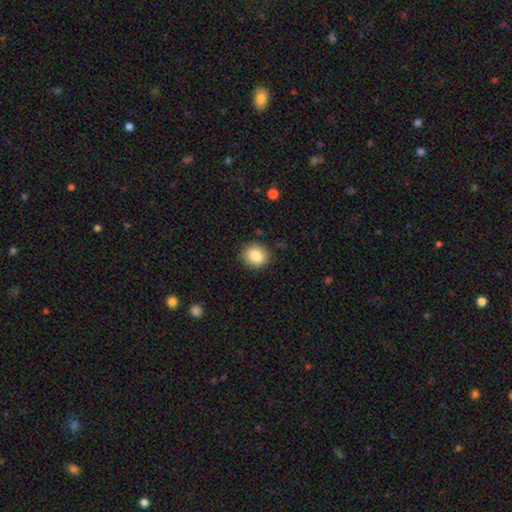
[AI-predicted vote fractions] A smooth galaxy with no disk features (84%) that is round (75%). Merging: none (88%).